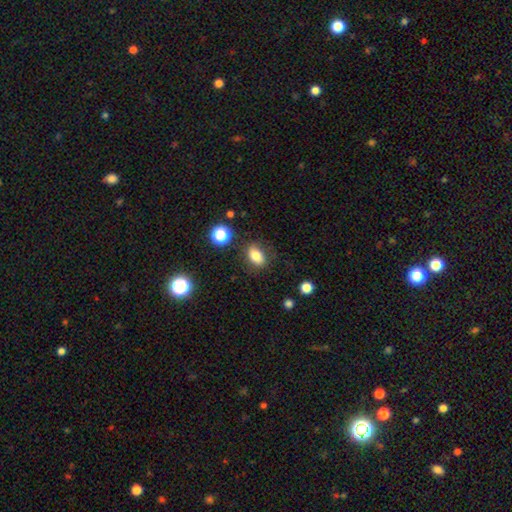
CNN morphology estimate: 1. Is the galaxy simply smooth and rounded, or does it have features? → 80% smooth, 11% star or artifact, 9% featured or disk.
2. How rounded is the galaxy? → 79% in between, 18% round, 2% cigar-shaped.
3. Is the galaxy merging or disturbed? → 81% none, 12% minor disturbance, 4% major disturbance, 3% merger.